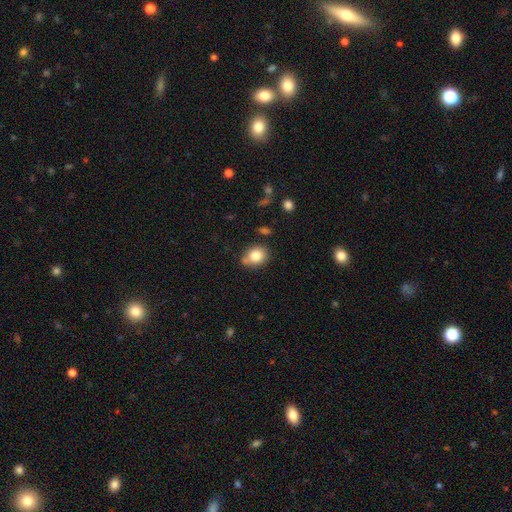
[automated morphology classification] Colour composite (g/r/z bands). It shows a smooth galaxy with no disk features (81%) that is round (59%). Merging: none (66%).